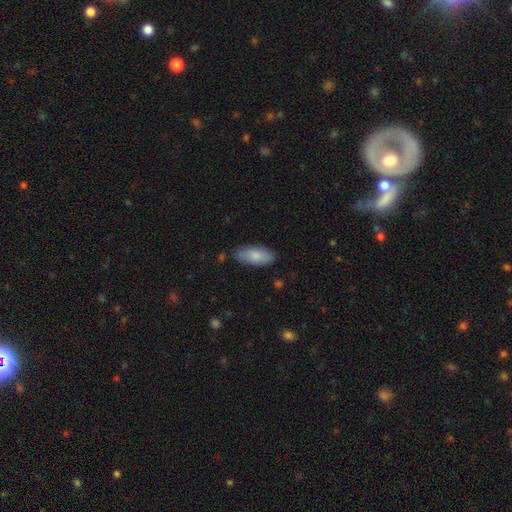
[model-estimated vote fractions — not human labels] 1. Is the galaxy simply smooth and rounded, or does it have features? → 81% smooth, 13% featured or disk, 6% star or artifact.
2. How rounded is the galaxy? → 87% in between, 11% cigar-shaped, 2% round.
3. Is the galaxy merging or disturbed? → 81% none, 15% minor disturbance, 3% major disturbance, 2% merger.